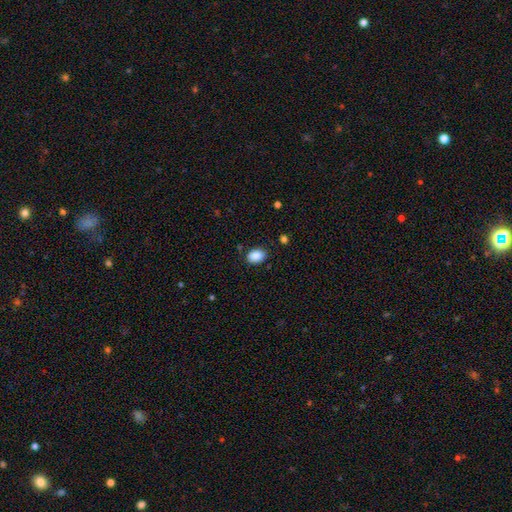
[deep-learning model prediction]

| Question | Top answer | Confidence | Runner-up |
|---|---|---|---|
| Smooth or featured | smooth | 89% | star or artifact (8%) |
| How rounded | in between | 76% | round (23%) |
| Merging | none | 84% | minor disturbance (12%) |